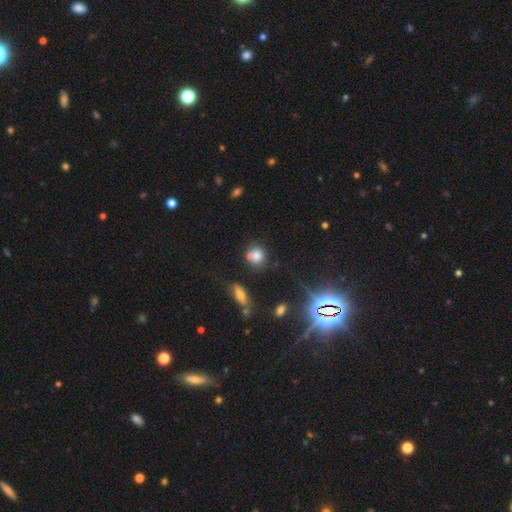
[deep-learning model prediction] Morphology: type=smooth (72%); roundness=round (79%); merging=none (48%).